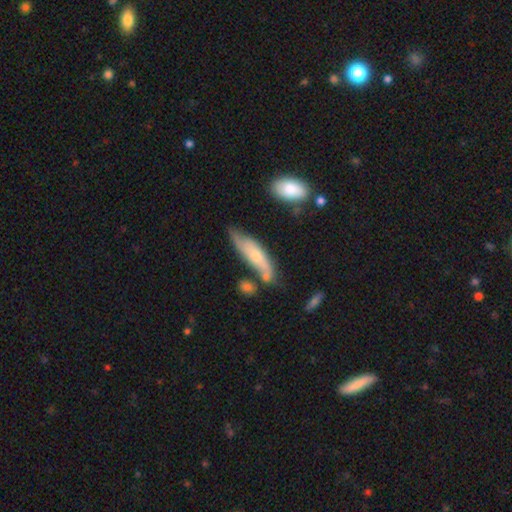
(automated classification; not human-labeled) Smooth or featured?
  - smooth: 51% *
  - featured or disk: 43%
  - star or artifact: 6%
How rounded?
  - cigar-shaped: 58% *
  - in between: 39%
  - round: 2%
Merging?
  - none: 46% *
  - minor disturbance: 32%
  - merger: 13%
  - major disturbance: 9%